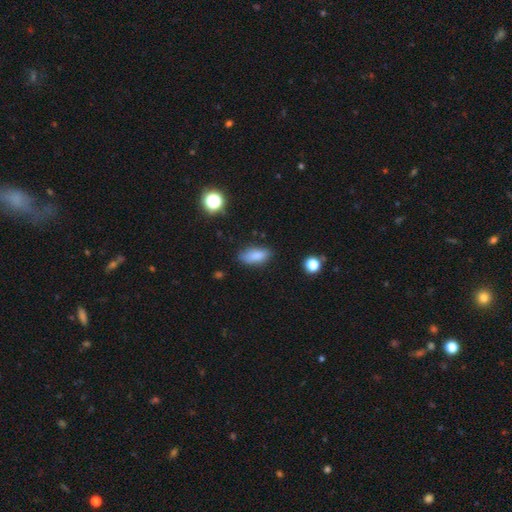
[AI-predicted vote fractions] Smooth or featured: smooth — 83% (star or artifact — 9%)
How rounded: in between — 81% (cigar-shaped — 16%)
Merging: none — 79% (minor disturbance — 16%)